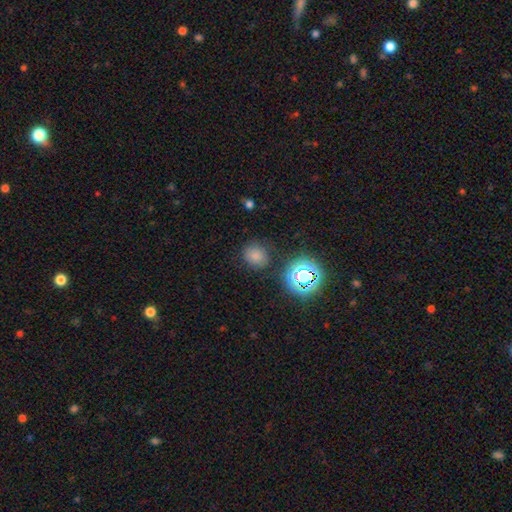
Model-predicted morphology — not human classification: This appears to be a smooth galaxy with no disk features (71%) that is round (79%). Merging: none (81%).